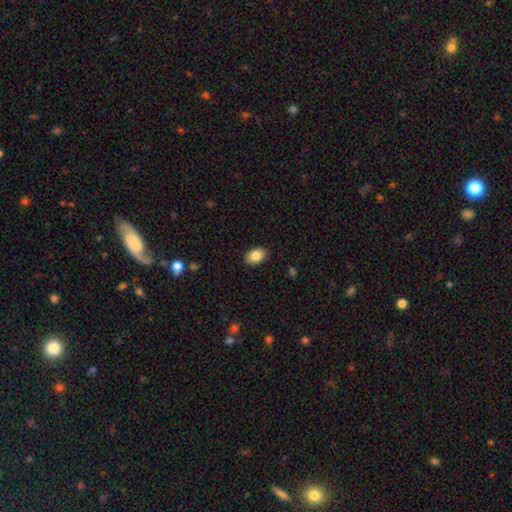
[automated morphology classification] Smooth or featured? Predicted: smooth (p=0.86). How rounded? Predicted: in between (p=0.87). Merging? Predicted: none (p=0.89).